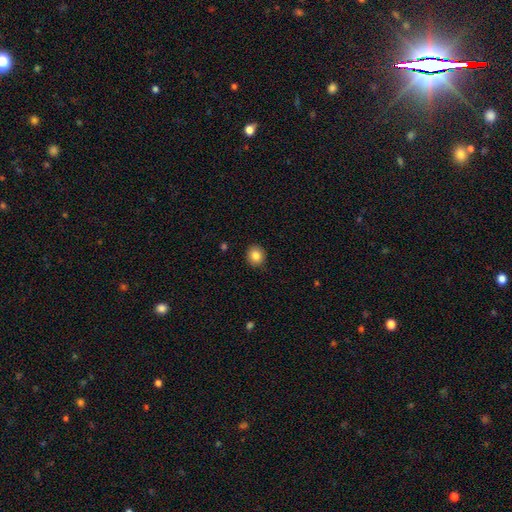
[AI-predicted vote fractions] This is clearly a smooth galaxy (85%). How rounded: clearly round (83%). Merging: clearly none (91%).